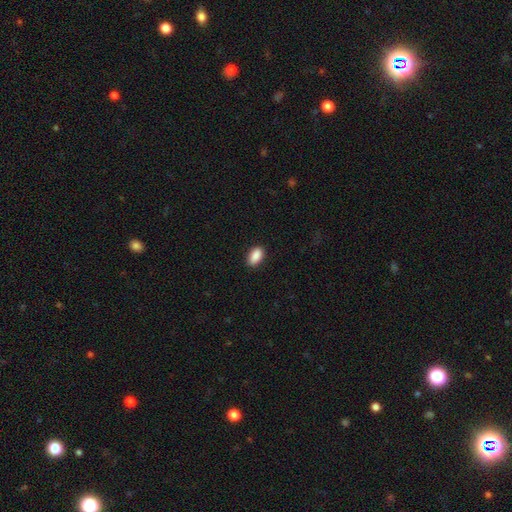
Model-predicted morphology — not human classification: The model was most divided on "merging": none: 88%, minor disturbance: 9%, major disturbance: 2%, merger: 1%. More confident: how rounded — in between (92%); smooth or featured — smooth (90%).